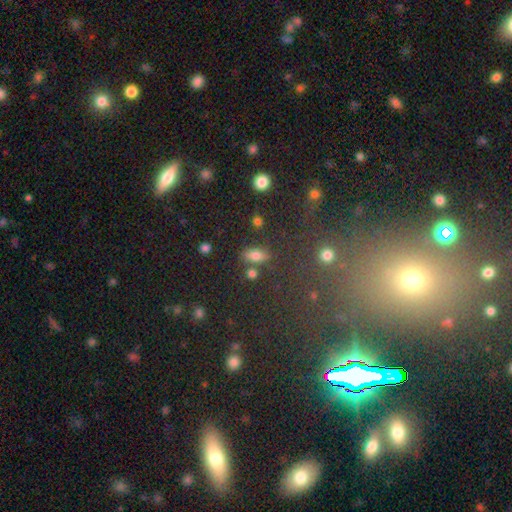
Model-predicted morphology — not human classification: This appears to be a smooth galaxy with no disk features (75%) that is in between round and cigar-shaped (82%). Merging: none (76%).